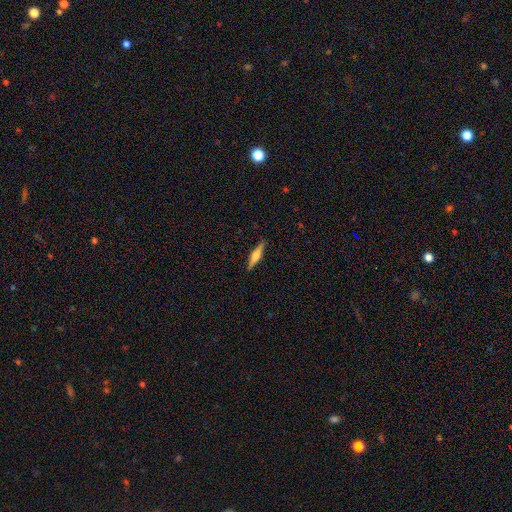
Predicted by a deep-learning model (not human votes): Q: Smooth or featured?
A: featured or disk (55%); runner-up: smooth (38%)
Q: Edge-on disk?
A: yes (96%); runner-up: no (4%)
Q: Edge-on bulge?
A: rounded (77%); runner-up: boxy (18%)
Q: Merging?
A: none (89%); runner-up: minor disturbance (8%)